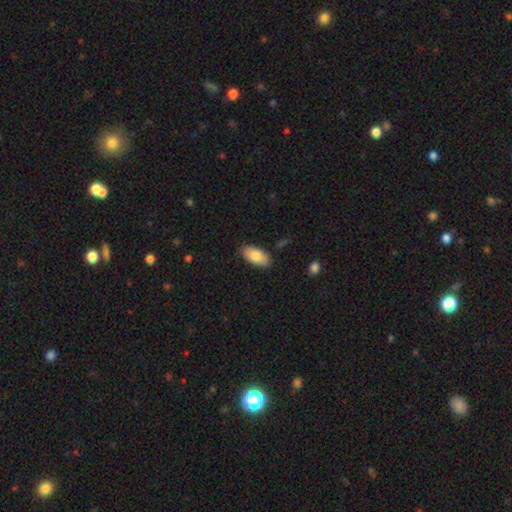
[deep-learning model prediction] Smooth or featured?
  - smooth: 82% *
  - featured or disk: 12%
  - star or artifact: 6%
How rounded?
  - in between: 93% *
  - cigar-shaped: 5%
  - round: 2%
Merging?
  - none: 86% *
  - minor disturbance: 11%
  - major disturbance: 2%
  - merger: 2%